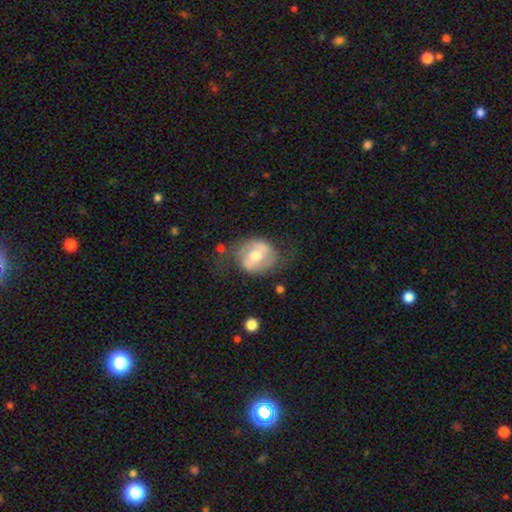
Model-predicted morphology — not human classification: Smooth or featured? Predicted: featured or disk (p=0.66). Edge-on disk? Predicted: no (p=0.97). Bar? Predicted: weak (p=0.46). Spiral arms? Predicted: yes (p=0.74). Bulge size? Predicted: moderate (p=0.71). Merging? Predicted: none (p=0.58).